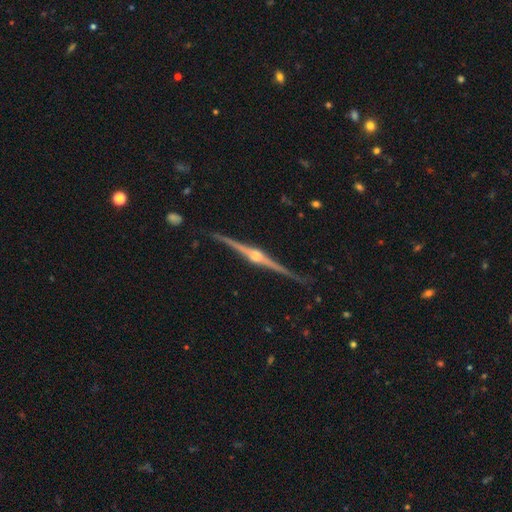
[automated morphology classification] smooth-or-featured: featured or disk: 91% | star or artifact: 5% | smooth: 4%
  disk-edge-on: yes: 99% | no: 1%
    edge-on-bulge: rounded: 94% | boxy: 4% | none: 2%
  merging: none: 88% | minor disturbance: 9% | major disturbance: 2% | merger: 1%